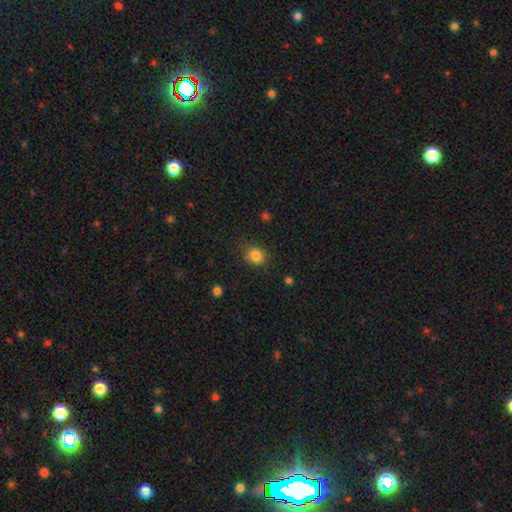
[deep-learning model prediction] Smooth or featured: smooth — 83% (star or artifact — 12%)
How rounded: round — 71% (in between — 29%)
Merging: none — 77% (minor disturbance — 16%)